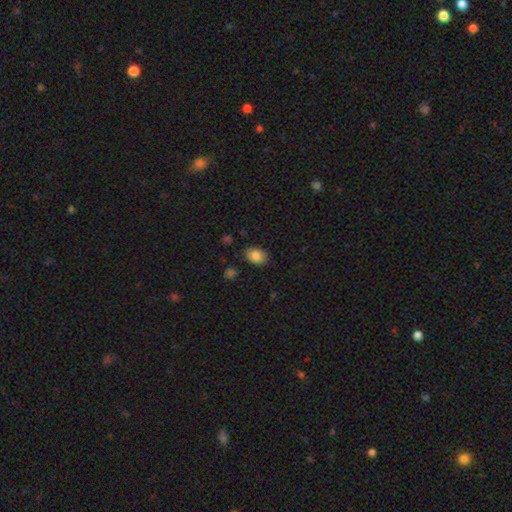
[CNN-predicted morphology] Smooth or featured?
  - smooth: 84% *
  - star or artifact: 8%
  - featured or disk: 7%
How rounded?
  - in between: 75% *
  - round: 24%
  - cigar-shaped: 1%
Merging?
  - none: 83% *
  - minor disturbance: 13%
  - major disturbance: 3%
  - merger: 2%